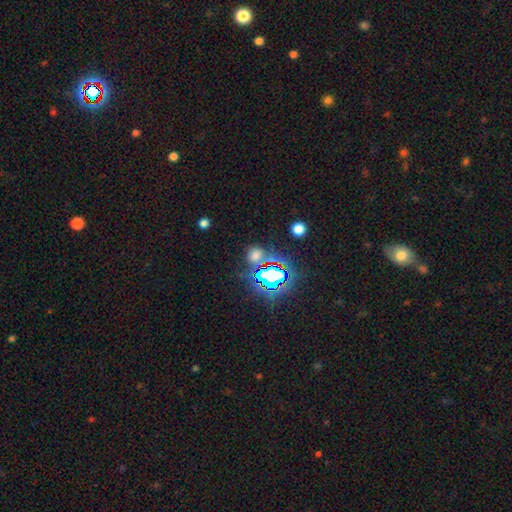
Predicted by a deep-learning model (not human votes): The model was most divided on "smooth or featured": smooth: 47%, star or artifact: 45%, featured or disk: 8%. More confident: merging — none (74%).